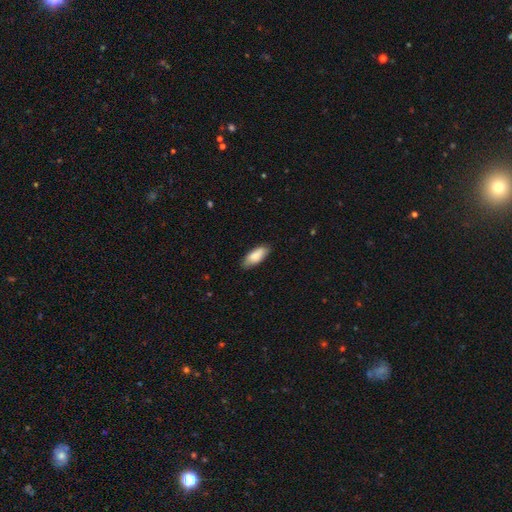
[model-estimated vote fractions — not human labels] Smooth or featured? smooth (82%)
How rounded? in between (80%)
Merging? none (83%)